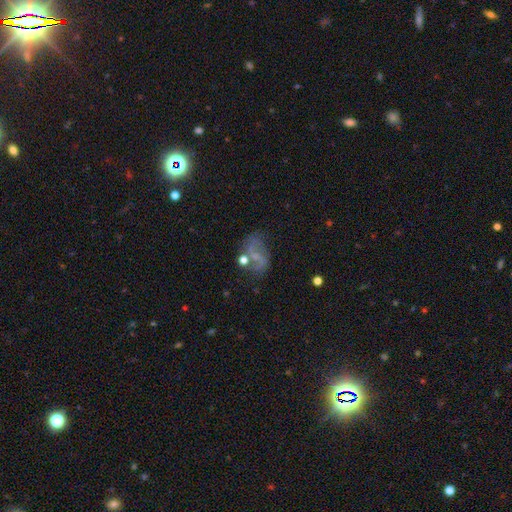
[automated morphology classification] This appears to be a featured or disk galaxy (54%) with no bar (48%), spiral arms (66%) and a small central bulge (42%). Merging: none (45%).